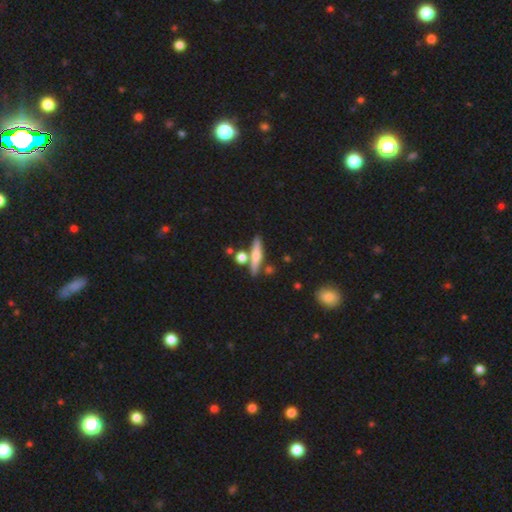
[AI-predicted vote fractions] Overall: smooth (48%; featured or disk 44%). Merging: none (75%).